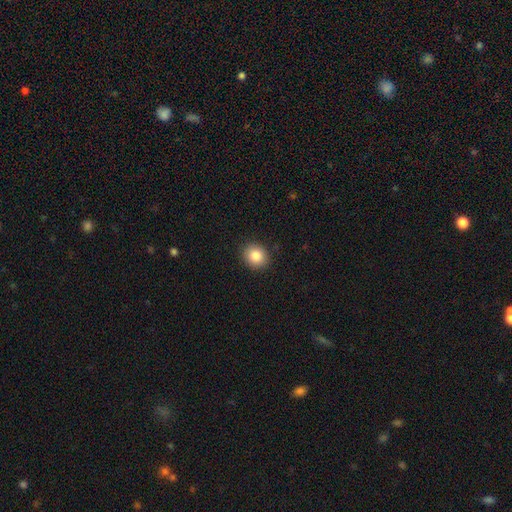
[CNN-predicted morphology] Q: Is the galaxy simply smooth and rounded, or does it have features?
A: smooth — 85%.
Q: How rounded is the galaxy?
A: round — 79%.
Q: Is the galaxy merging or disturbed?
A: none — 91%.